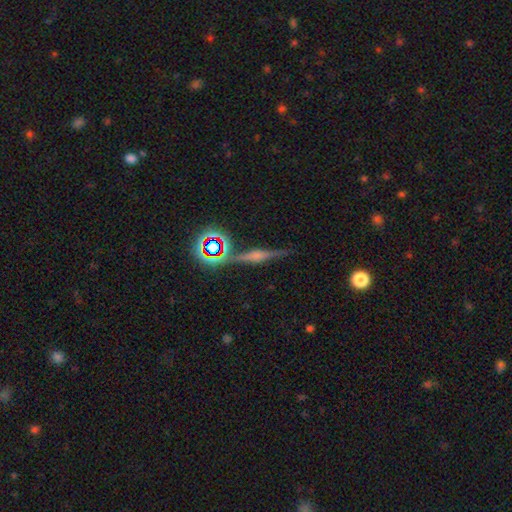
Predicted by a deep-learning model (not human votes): Morphology: type=featured or disk (68%); edge-on=yes (95%); edge-on bulge=rounded (76%); merging=none (83%).